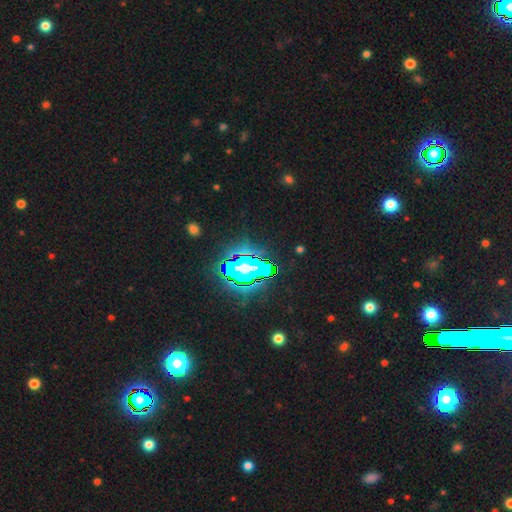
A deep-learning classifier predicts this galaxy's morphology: Smooth or featured? star or artifact (81%)